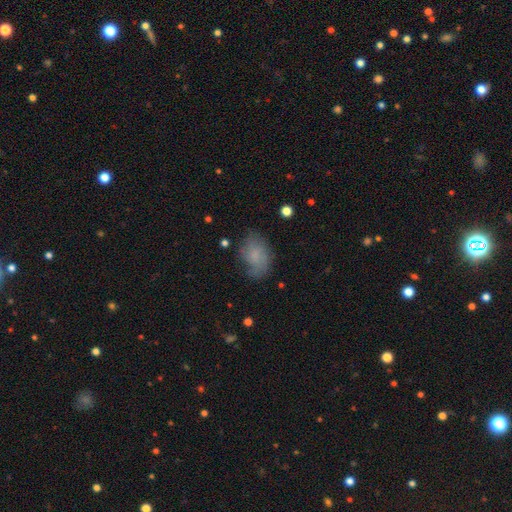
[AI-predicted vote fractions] Q: Smooth or featured?
A: smooth (68%); runner-up: featured or disk (22%)
Q: How rounded?
A: in between (82%); runner-up: round (16%)
Q: Merging?
A: none (59%); runner-up: minor disturbance (27%)